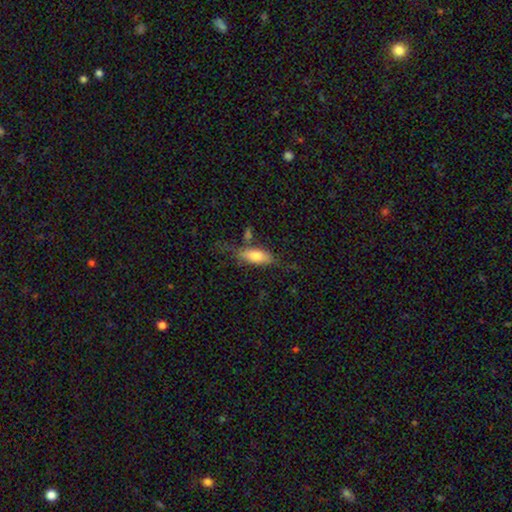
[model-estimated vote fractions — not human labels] The model was most divided on "merging": none: 56%, minor disturbance: 23%, major disturbance: 11%, merger: 9%. More confident: how rounded — in between (77%); smooth or featured — smooth (71%).